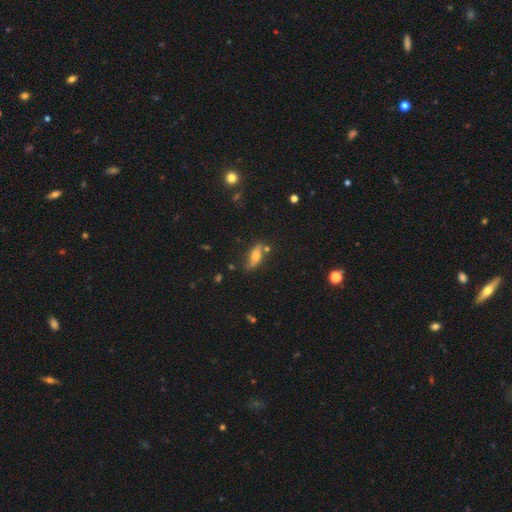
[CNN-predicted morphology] Smooth or featured? smooth (52%)
How rounded? in between (57%)
Merging? none (70%)